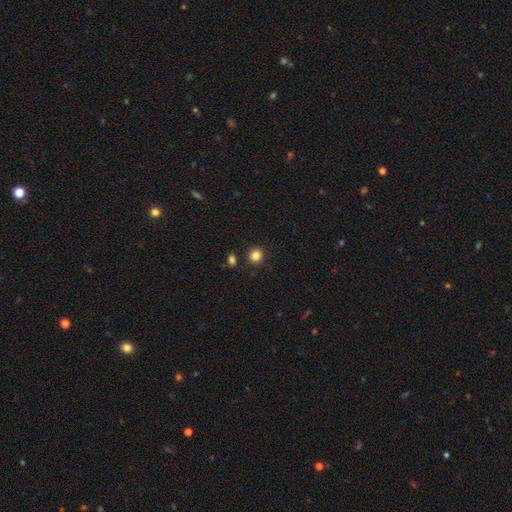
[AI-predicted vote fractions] smooth-or-featured: smooth: 84% | star or artifact: 12% | featured or disk: 4%
  how-rounded: round: 91% | in between: 8% | cigar-shaped: 1%
  merging: none: 90% | minor disturbance: 6% | merger: 3% | major disturbance: 2%